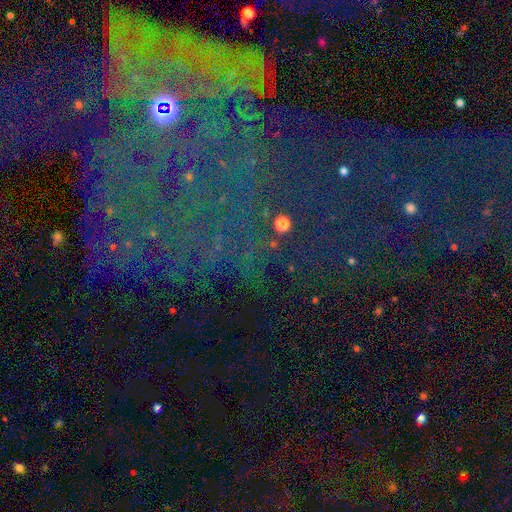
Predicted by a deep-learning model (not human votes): Morphology: type=star or artifact (62%).